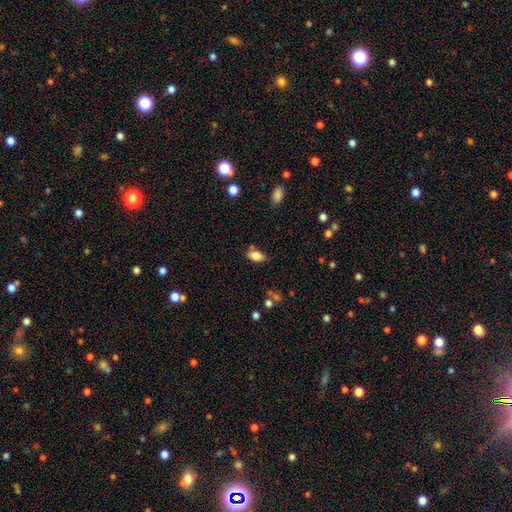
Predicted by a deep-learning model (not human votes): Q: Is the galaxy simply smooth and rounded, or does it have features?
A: smooth — 82%.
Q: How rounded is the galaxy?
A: in between — 90%.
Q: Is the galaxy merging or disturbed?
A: none — 74%.